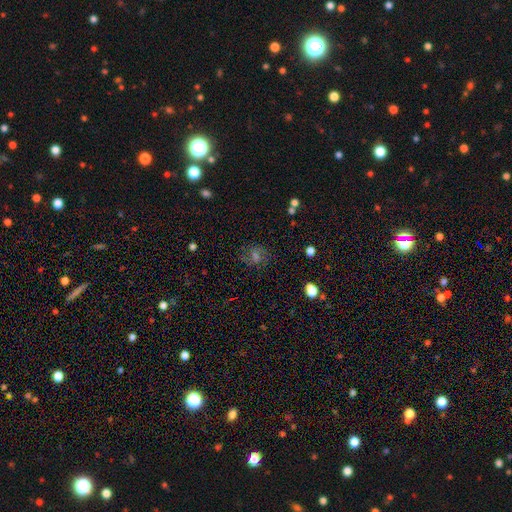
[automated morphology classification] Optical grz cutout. It shows a featured or disk galaxy (48%). Merging: none (79%).